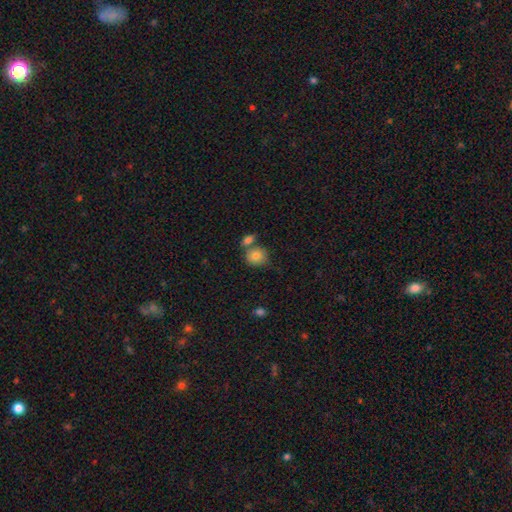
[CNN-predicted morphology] Smooth or featured? smooth (83%)
How rounded? round (73%)
Merging? none (52%)